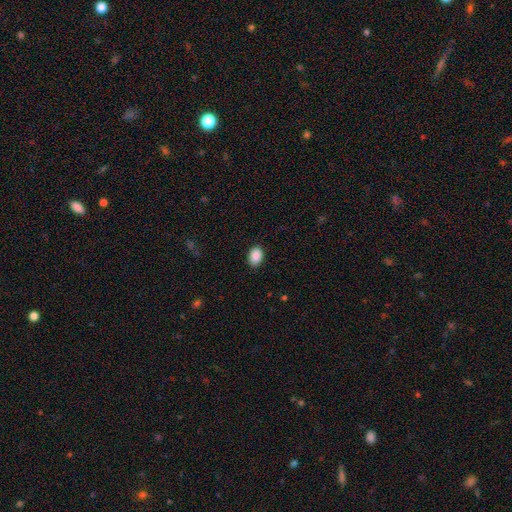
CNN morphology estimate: Overall: smooth (90%). How rounded: in between (83%). Merging: none (87%).